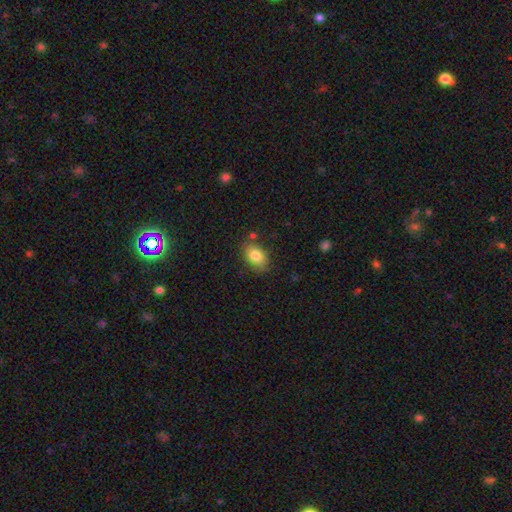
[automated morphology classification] smooth_or_featured: smooth (p=0.83) [alt: featured or disk p=0.09]
how_rounded: in between (p=0.82) [alt: round p=0.17]
merging: none (p=0.77) [alt: minor disturbance p=0.15]